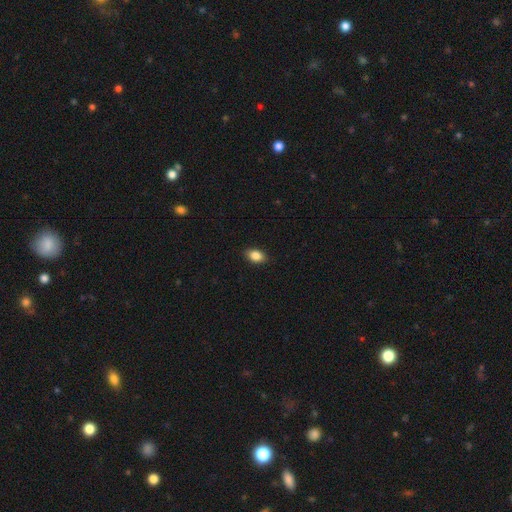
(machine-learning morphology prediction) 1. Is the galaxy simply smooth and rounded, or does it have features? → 86% smooth, 8% star or artifact, 6% featured or disk.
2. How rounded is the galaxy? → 86% in between, 11% round, 2% cigar-shaped.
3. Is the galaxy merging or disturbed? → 88% none, 9% minor disturbance, 2% major disturbance, 1% merger.